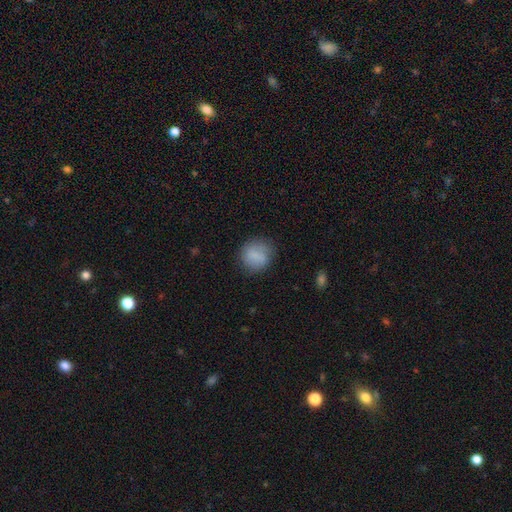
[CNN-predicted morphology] Smooth or featured: smooth — 82% (featured or disk — 10%)
How rounded: round — 82% (in between — 17%)
Merging: none — 75% (minor disturbance — 18%)